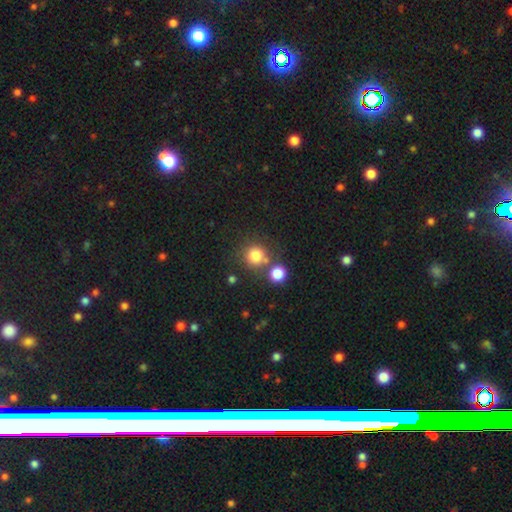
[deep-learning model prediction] This is likely a smooth galaxy (79%). How rounded: clearly round (91%). Merging: likely none (66%).